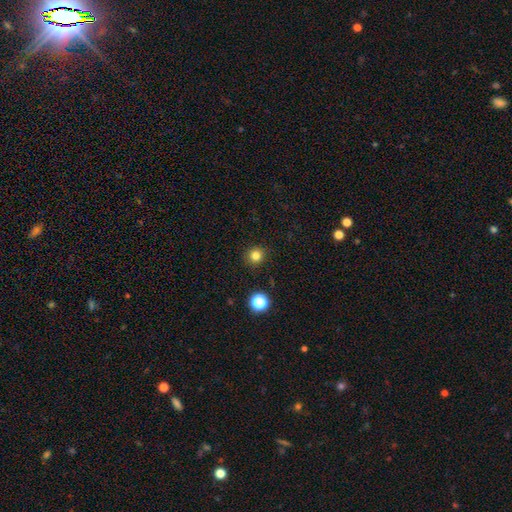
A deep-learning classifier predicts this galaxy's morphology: Smooth or featured? smooth (81%)
How rounded? round (92%)
Merging? none (90%)